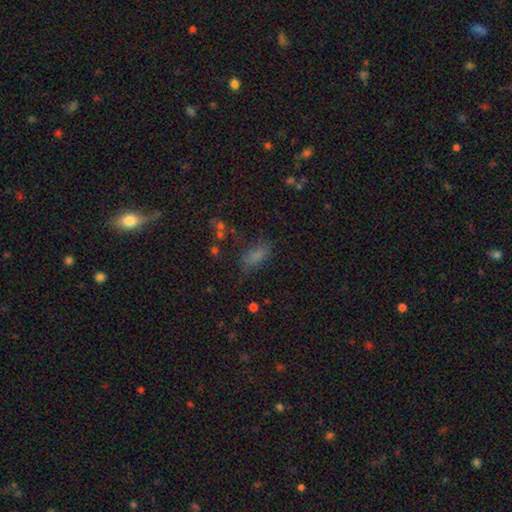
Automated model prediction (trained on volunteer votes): Morphology: type=smooth (74%); roundness=in between (81%); merging=none (63%).